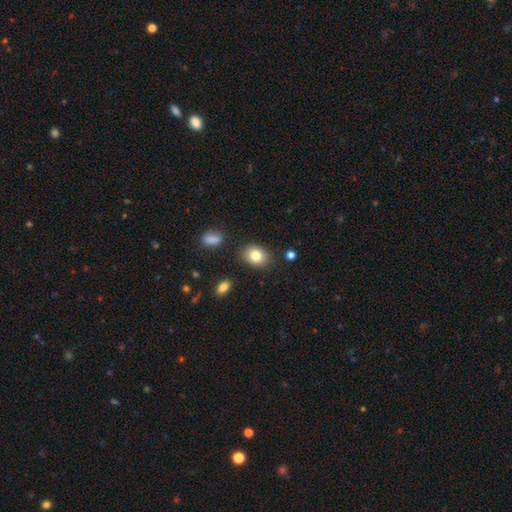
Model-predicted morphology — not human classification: This is clearly a smooth galaxy (81%). How rounded: possibly in between (60%). Merging: clearly none (84%).